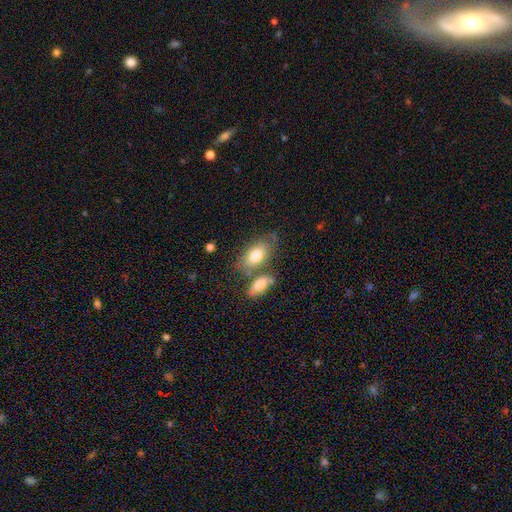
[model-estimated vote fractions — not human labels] A smooth galaxy with no disk features (76%) that is in between round and cigar-shaped (91%). Merging: none (55%).